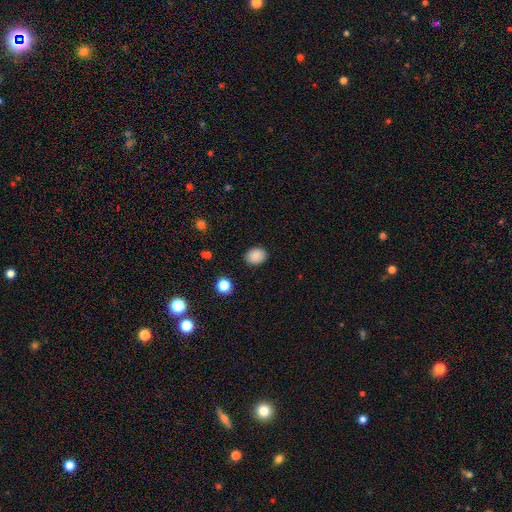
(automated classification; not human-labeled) This appears to be a smooth galaxy with no disk features (88%) that is round (55%). Merging: none (89%).